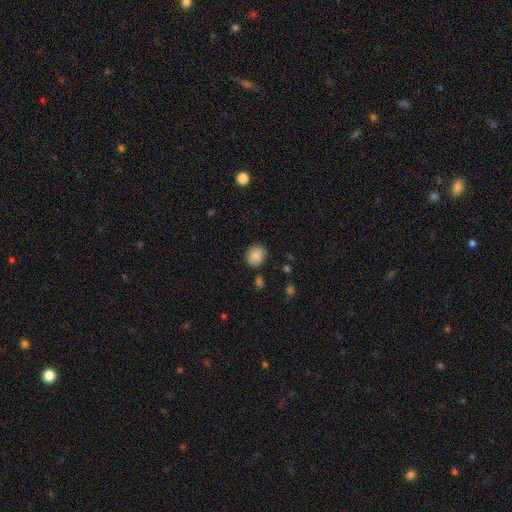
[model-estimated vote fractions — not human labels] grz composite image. It shows a smooth galaxy with no disk features (87%) that is round (61%). Merging: none (83%).